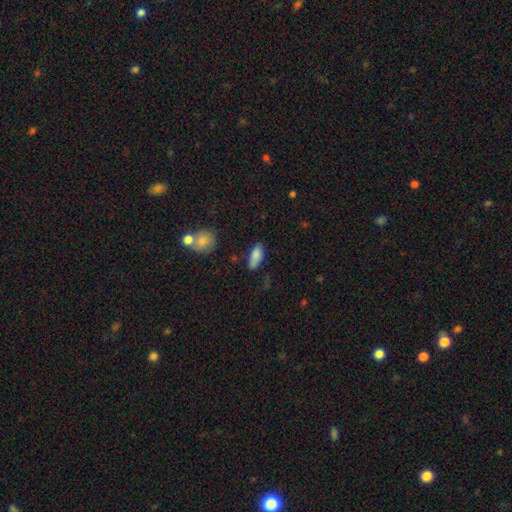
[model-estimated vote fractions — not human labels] Morphology: type=smooth (84%); roundness=in between (81%); merging=none (68%).